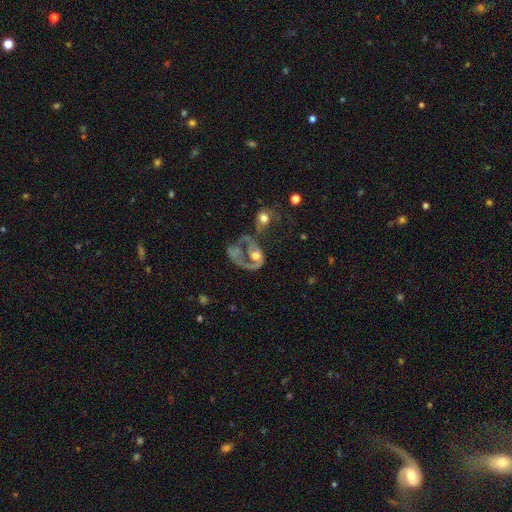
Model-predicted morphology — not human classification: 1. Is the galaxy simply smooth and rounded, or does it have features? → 66% featured or disk, 25% smooth, 9% star or artifact.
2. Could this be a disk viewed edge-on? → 97% no, 3% yes.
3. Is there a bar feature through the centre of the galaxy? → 83% no, 13% weak, 4% strong.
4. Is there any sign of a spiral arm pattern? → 54% no, 46% yes.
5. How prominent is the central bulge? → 54% moderate, 18% small, 14% large, 11% none, 3% dominant.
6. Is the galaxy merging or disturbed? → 42% major disturbance, 33% merger, 16% none, 9% minor disturbance.